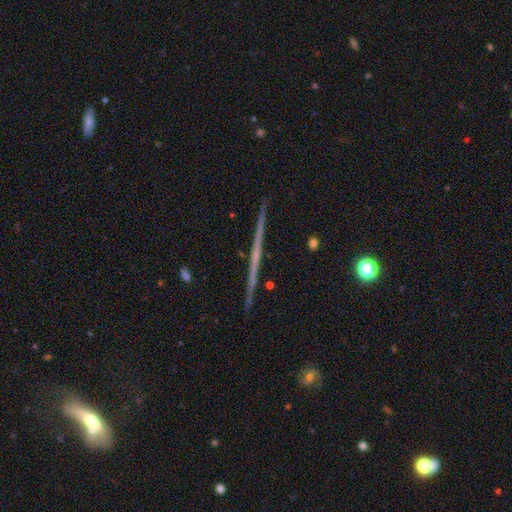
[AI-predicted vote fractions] featured or disk 73%, smooth 19%, star or artifact 8%. Down the decision tree: edge-on disk — yes (98%); edge-on bulge — none (80%); merging — none (93%).